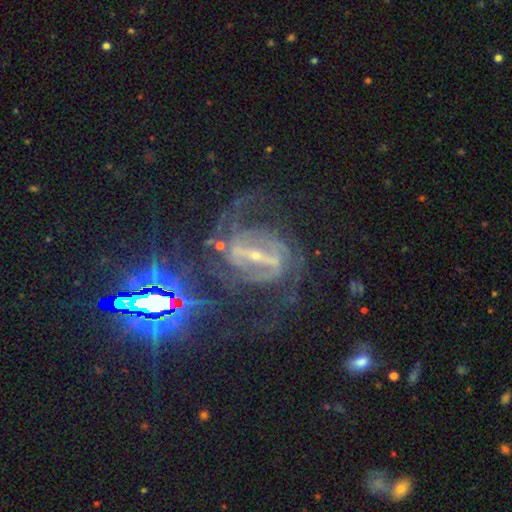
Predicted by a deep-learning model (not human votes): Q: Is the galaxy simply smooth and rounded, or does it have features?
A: featured or disk — 81%.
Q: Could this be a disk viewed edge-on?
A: no — 95%.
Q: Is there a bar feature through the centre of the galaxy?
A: strong — 76%.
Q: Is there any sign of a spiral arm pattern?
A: yes — 94%.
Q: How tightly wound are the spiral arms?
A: medium — 51%.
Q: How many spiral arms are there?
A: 2 — 63%.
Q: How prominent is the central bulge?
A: small — 71%.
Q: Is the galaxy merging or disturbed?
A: none — 60%.